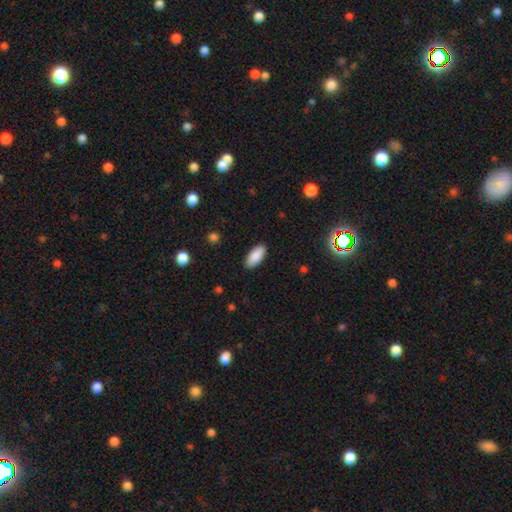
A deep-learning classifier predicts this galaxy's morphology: type=smooth (89%); roundness=in between (89%); merging=none (89%).